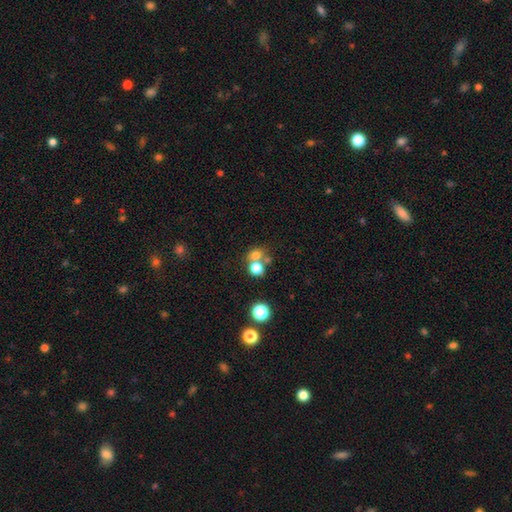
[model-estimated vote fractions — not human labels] Smooth or featured: smooth — 73% (star or artifact — 16%)
How rounded: round — 73% (in between — 26%)
Merging: none — 44% (tied with merger — 44%)